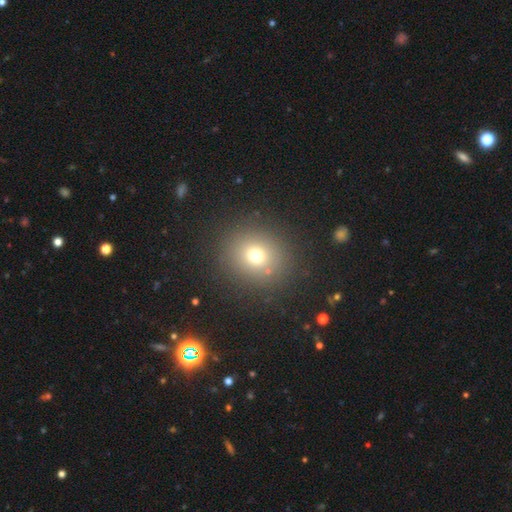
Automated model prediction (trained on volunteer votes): Q: Smooth or featured?
A: smooth (71%); runner-up: star or artifact (18%)
Q: How rounded?
A: round (82%); runner-up: in between (17%)
Q: Merging?
A: none (86%); runner-up: minor disturbance (8%)